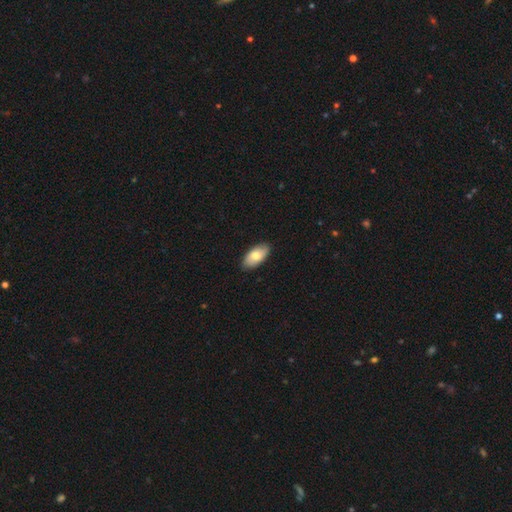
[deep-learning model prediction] A smooth galaxy with no disk features (73%) that is in between round and cigar-shaped (94%). Merging: none (88%).